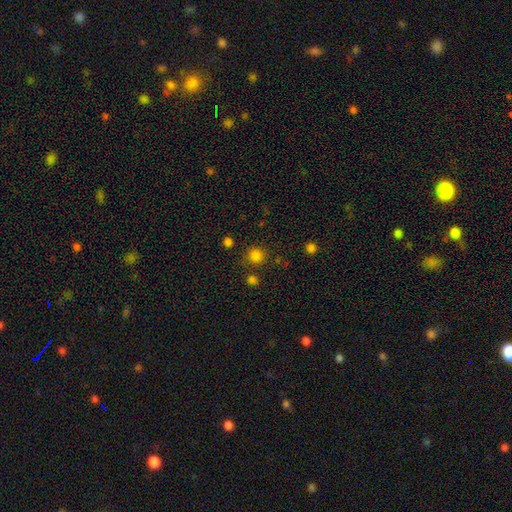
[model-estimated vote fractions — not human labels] smooth_or_featured: smooth (p=0.81) [alt: star or artifact p=0.15]
how_rounded: round (p=0.93) [alt: in between p=0.06]
merging: none (p=0.83) [alt: minor disturbance p=0.08]